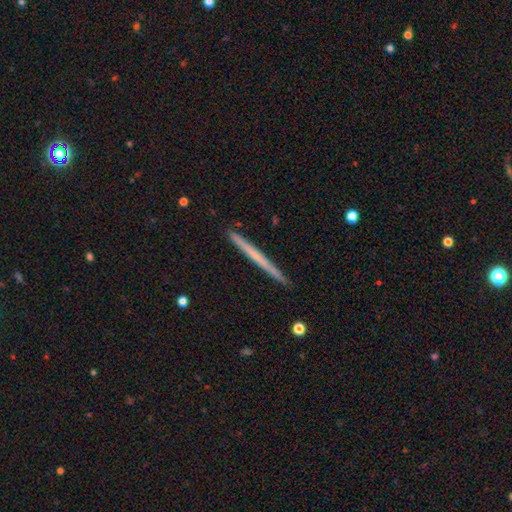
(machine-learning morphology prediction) Smooth or featured: featured or disk — 47% (tied with smooth — 47%)
Merging: none — 92% (minor disturbance — 6%)